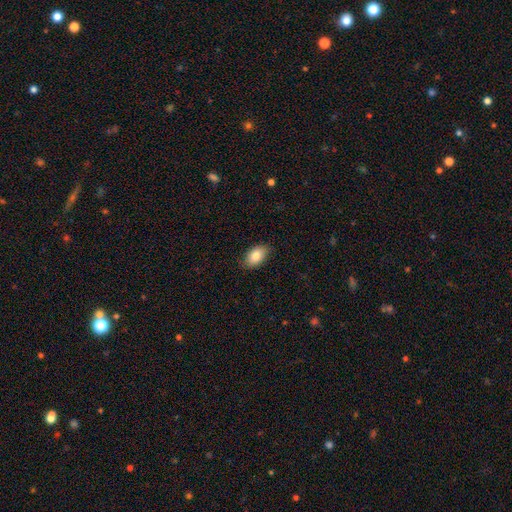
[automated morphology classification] A smooth galaxy with no disk features (85%) that is in between round and cigar-shaped (92%).

Vote fractions:
- Smooth or featured? smooth: 85% / featured or disk: 8% / star or artifact: 7%
- How rounded? in between: 92% / round: 7% / cigar-shaped: 1%
- Merging? none: 85% / minor disturbance: 12% / major disturbance: 2% / merger: 1%